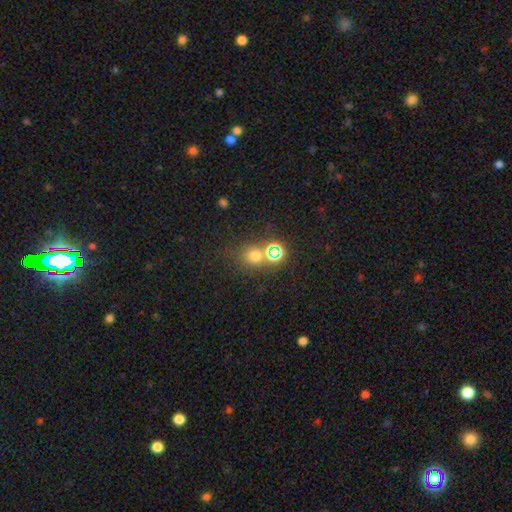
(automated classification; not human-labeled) Smooth or featured: smooth — 59% (star or artifact — 33%)
How rounded: round — 80% (in between — 19%)
Merging: none — 65% (merger — 20%)